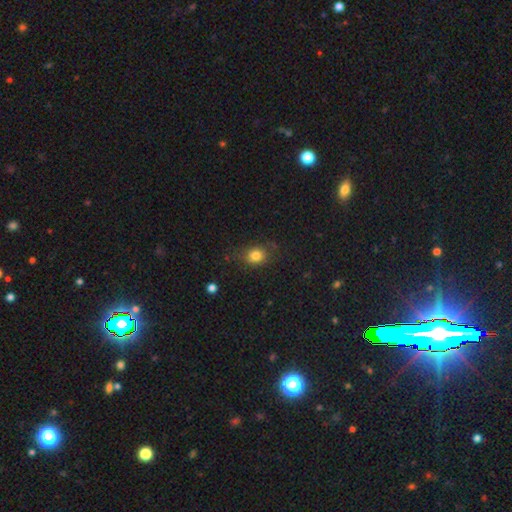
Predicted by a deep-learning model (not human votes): Q: Smooth or featured?
A: smooth (81%); runner-up: star or artifact (12%)
Q: How rounded?
A: round (64%); runner-up: in between (35%)
Q: Merging?
A: none (74%); runner-up: minor disturbance (19%)